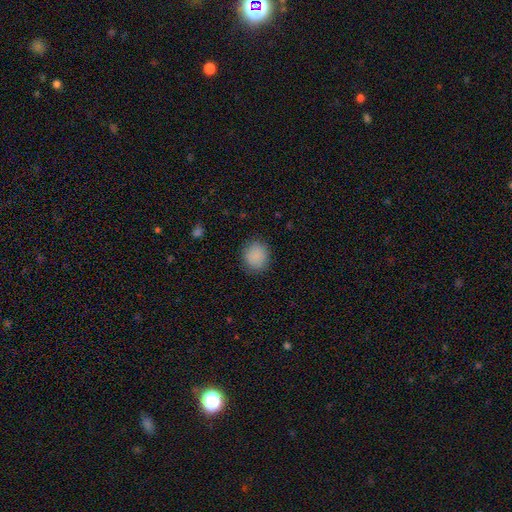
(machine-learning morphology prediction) A smooth galaxy with no disk features (88%) that is round (78%). Merging: none (85%).